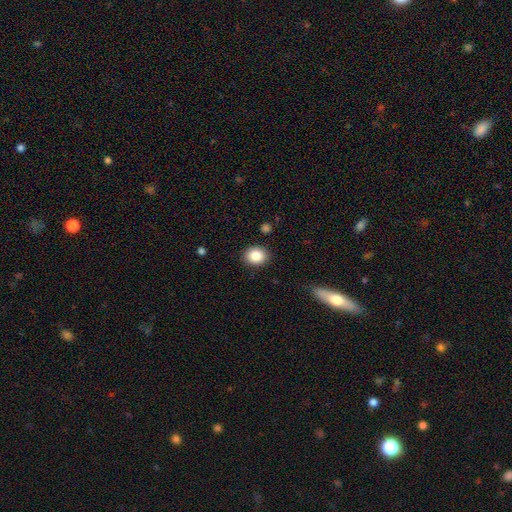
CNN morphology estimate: Overall: smooth (86%). How rounded: round (63%; in between 36%). Merging: none (89%).